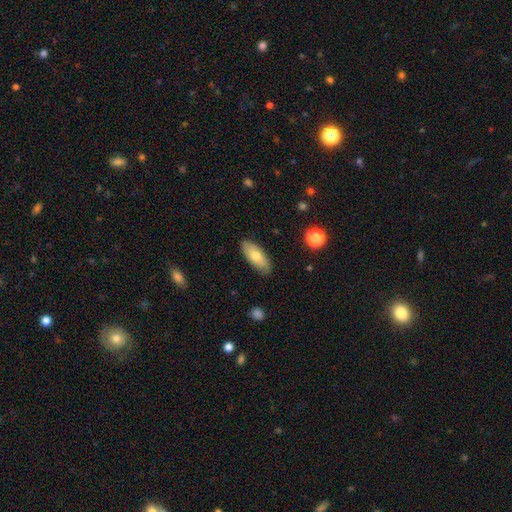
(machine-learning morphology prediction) type=smooth (72%); roundness=in between (82%); merging=none (86%).